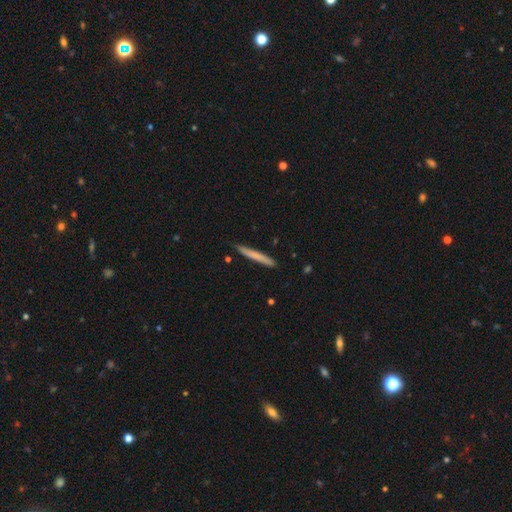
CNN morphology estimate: Q: Smooth or featured?
A: smooth (67%); runner-up: featured or disk (27%)
Q: How rounded?
A: cigar-shaped (97%); runner-up: in between (2%)
Q: Merging?
A: none (87%); runner-up: minor disturbance (10%)